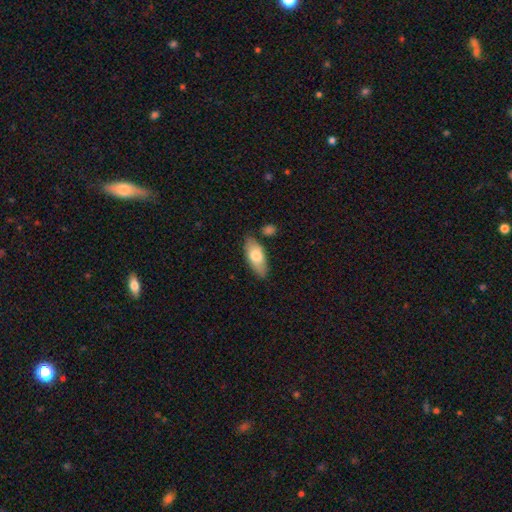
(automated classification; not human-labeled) This appears to be a smooth galaxy with no disk features (72%) that is in between round and cigar-shaped (85%). Merging: none (78%).